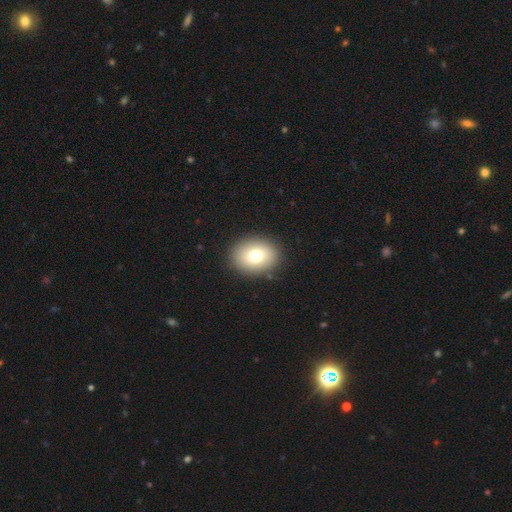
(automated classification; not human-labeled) smooth-or-featured: smooth: 75% | featured or disk: 15% | star or artifact: 10%
  how-rounded: in between: 59% | round: 40% | cigar-shaped: 1%
  merging: none: 89% | minor disturbance: 7% | major disturbance: 3% | merger: 1%